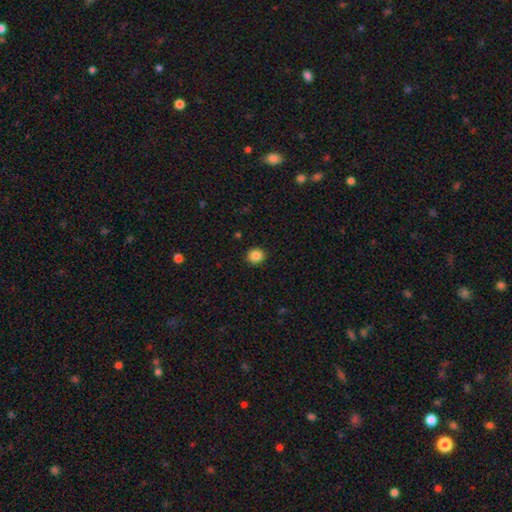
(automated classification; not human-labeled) The model was most divided on "how rounded": round: 82%, in between: 17%, cigar-shaped: 1%. More confident: merging — none (91%); smooth or featured — smooth (87%).